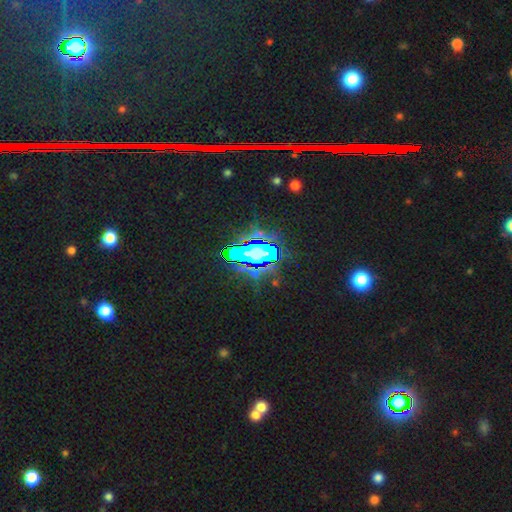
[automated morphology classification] Overall: star or artifact (82%).